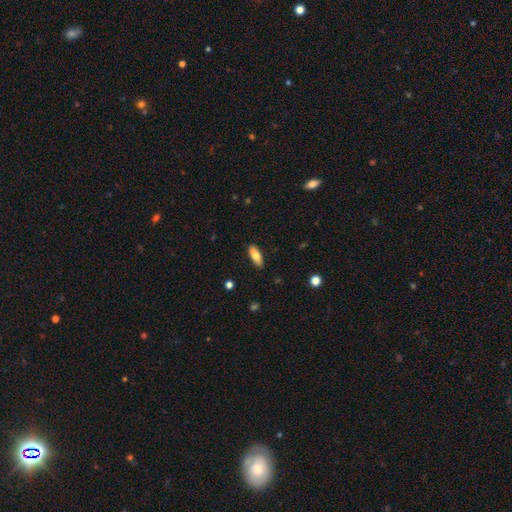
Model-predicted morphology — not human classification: This appears to be a smooth galaxy with no disk features (75%) that is in between round and cigar-shaped (73%). Merging: none (88%).